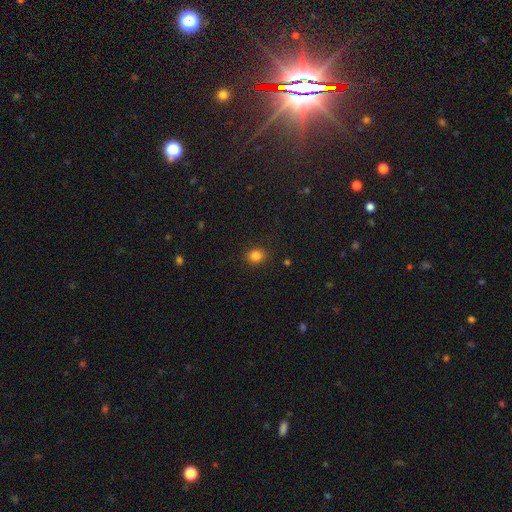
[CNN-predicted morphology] Smooth or featured?
  - smooth: 83% *
  - star or artifact: 12%
  - featured or disk: 5%
How rounded?
  - round: 68% *
  - in between: 31%
  - cigar-shaped: 1%
Merging?
  - none: 89% *
  - minor disturbance: 7%
  - major disturbance: 2%
  - merger: 1%